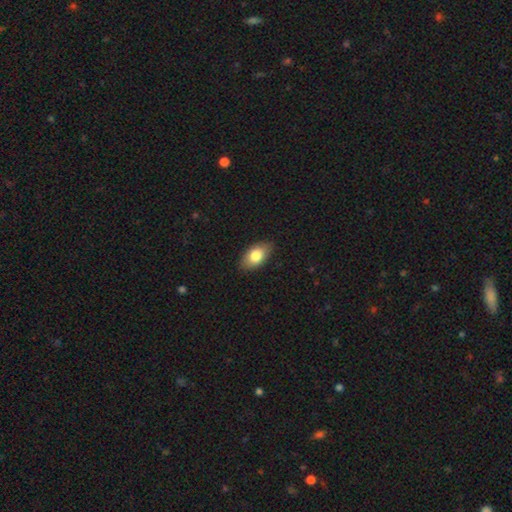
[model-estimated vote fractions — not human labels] Overall: smooth (80%). How rounded: in between (92%). Merging: none (85%).